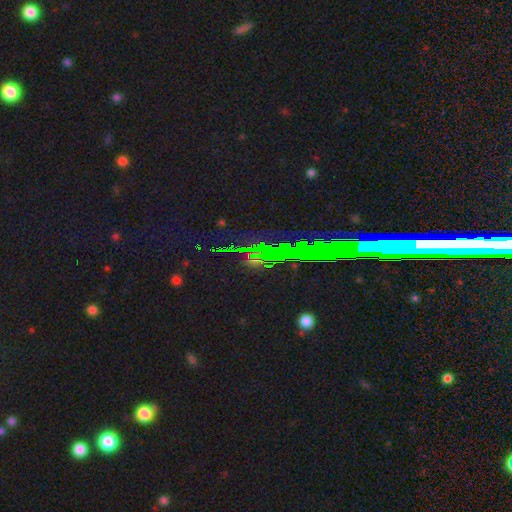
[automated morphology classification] The model was most divided on "smooth or featured": star or artifact: 78%, smooth: 12%, featured or disk: 10%.